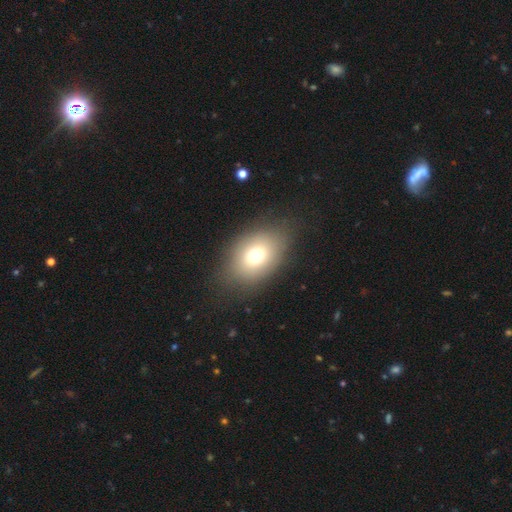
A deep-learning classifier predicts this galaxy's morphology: smooth-or-featured: smooth: 73% | featured or disk: 15% | star or artifact: 12%
  how-rounded: in between: 74% | round: 25% | cigar-shaped: 1%
  merging: none: 78% | minor disturbance: 13% | major disturbance: 7% | merger: 1%